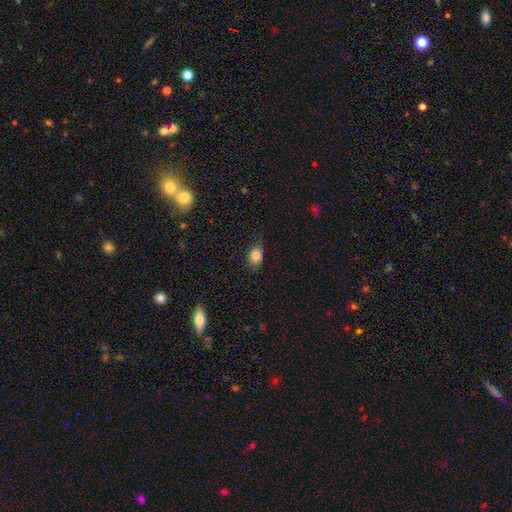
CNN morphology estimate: smooth 83%, star or artifact 9%, featured or disk 8%. Down the decision tree: how rounded — in between (79%); merging — none (73%).